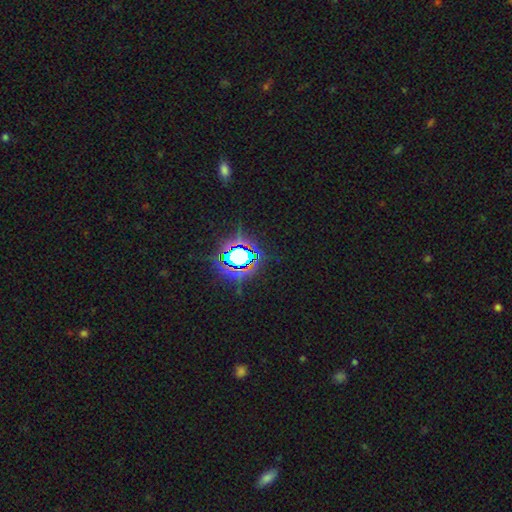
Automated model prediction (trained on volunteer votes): Smooth or featured?
  - star or artifact: 76% *
  - smooth: 15%
  - featured or disk: 9%